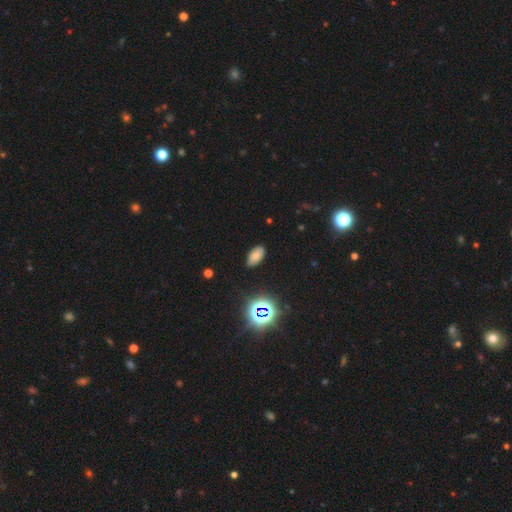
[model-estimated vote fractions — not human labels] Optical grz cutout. It shows a smooth galaxy with no disk features (73%) that is in between round and cigar-shaped (94%). Merging: none (87%).